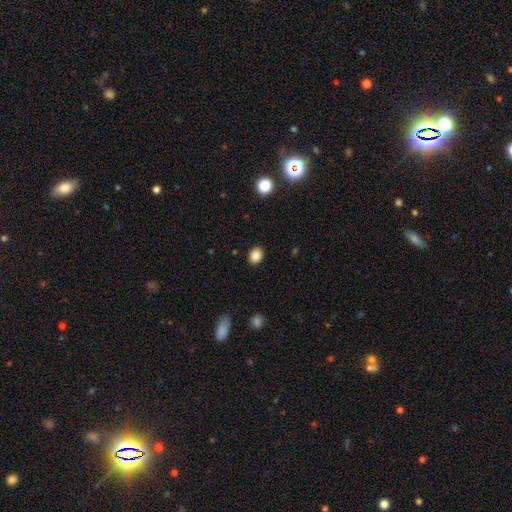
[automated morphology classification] A smooth galaxy with no disk features (86%) that is in between round and cigar-shaped (53%). Merging: none (89%).